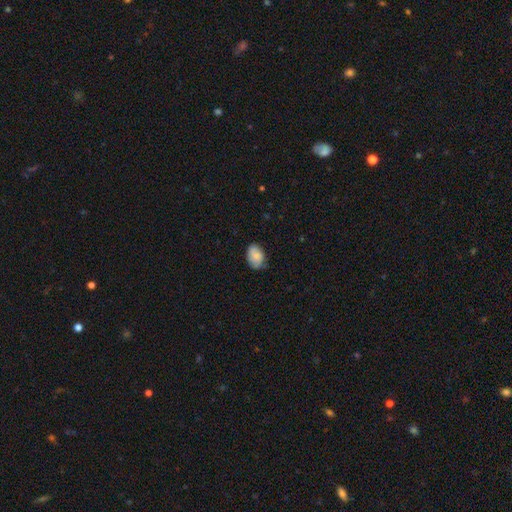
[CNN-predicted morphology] smooth_or_featured: smooth (p=0.81) [alt: featured or disk p=0.12]
how_rounded: in between (p=0.85) [alt: round p=0.14]
merging: none (p=0.70) [alt: minor disturbance p=0.25]